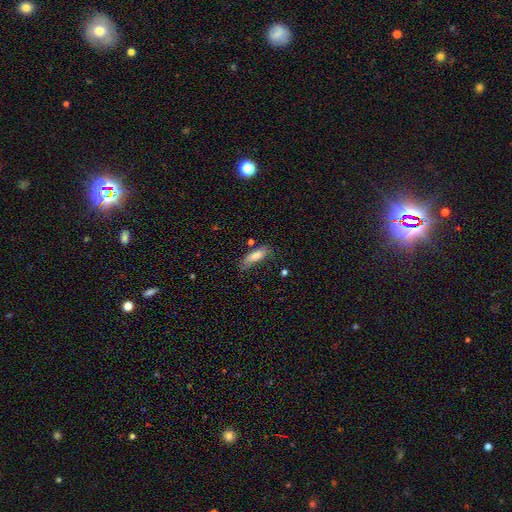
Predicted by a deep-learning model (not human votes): Smooth or featured?
  - smooth: 75% *
  - featured or disk: 18%
  - star or artifact: 8%
How rounded?
  - in between: 51% *
  - cigar-shaped: 47%
  - round: 2%
Merging?
  - none: 57% *
  - minor disturbance: 28%
  - major disturbance: 10%
  - merger: 5%